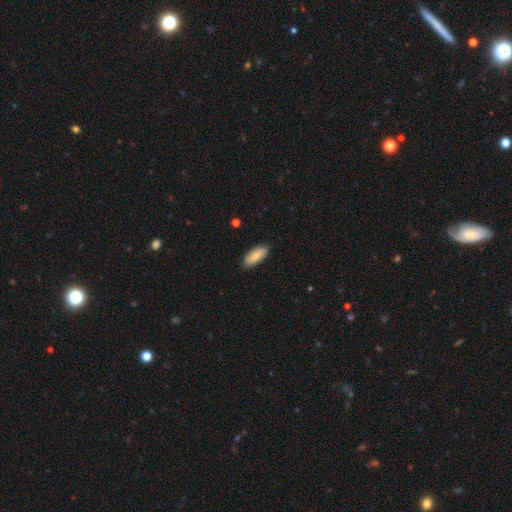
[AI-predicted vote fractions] smooth 83%, featured or disk 12%, star or artifact 6%. Down the decision tree: how rounded — in between (85%); merging — none (85%).